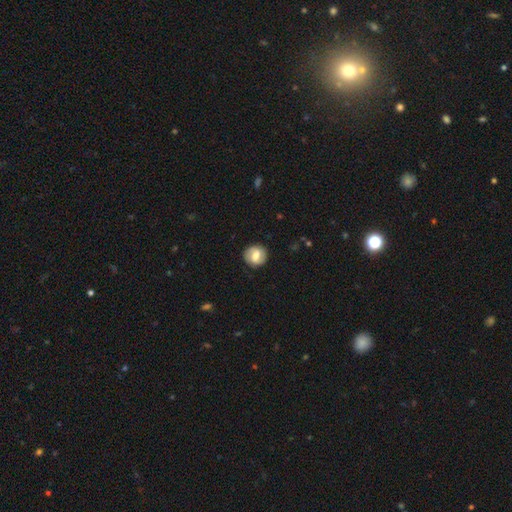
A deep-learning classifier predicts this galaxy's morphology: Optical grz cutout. It shows a smooth galaxy with no disk features (48%). Merging: none (86%).